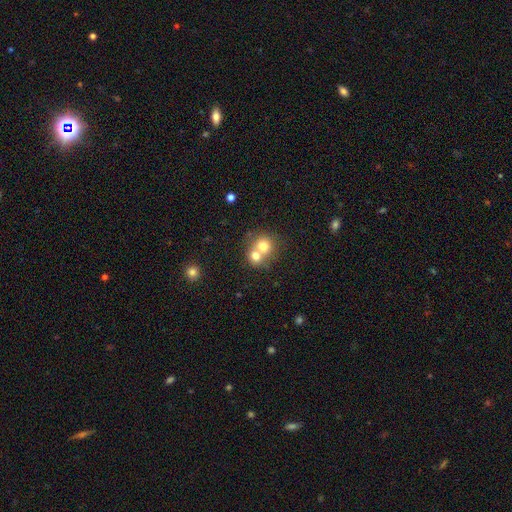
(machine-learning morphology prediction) A smooth galaxy with no disk features (71%) that is round (78%).

Vote fractions:
- Smooth or featured? smooth: 71% / featured or disk: 18% / star or artifact: 10%
- How rounded? round: 78% / in between: 22% / cigar-shaped: 1%
- Merging? merger: 65% / none: 28% / minor disturbance: 5% / major disturbance: 2%